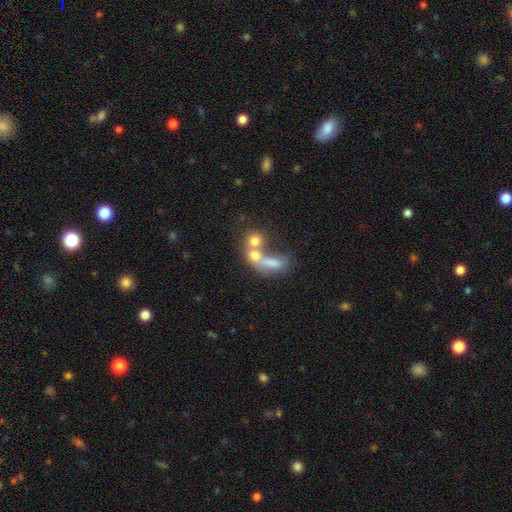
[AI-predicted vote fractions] Smooth or featured?
  - smooth: 60% *
  - featured or disk: 26%
  - star or artifact: 14%
How rounded?
  - in between: 49% *
  - round: 40%
  - cigar-shaped: 10%
Merging?
  - merger: 62% *
  - none: 21%
  - major disturbance: 10%
  - minor disturbance: 7%